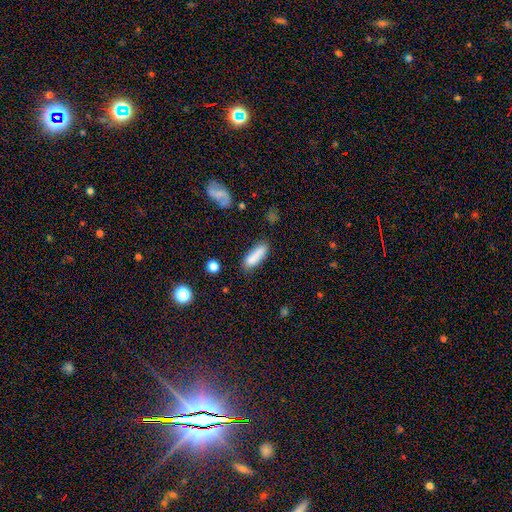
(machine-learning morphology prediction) type=smooth (84%); roundness=cigar-shaped (54%); merging=none (71%).